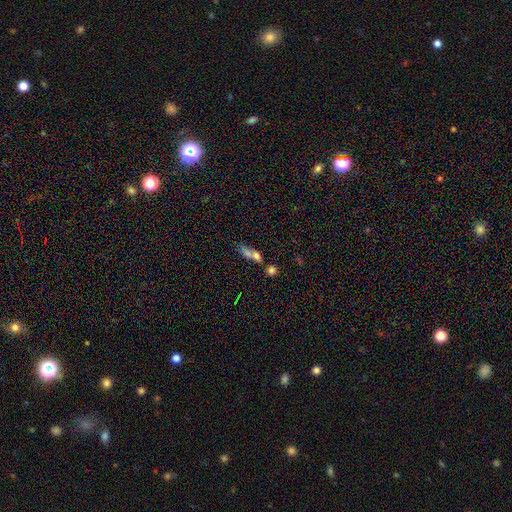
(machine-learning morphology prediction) This appears to be a smooth galaxy with no disk features (61%) that is in between round and cigar-shaped (44%). Merging: merger (47%).